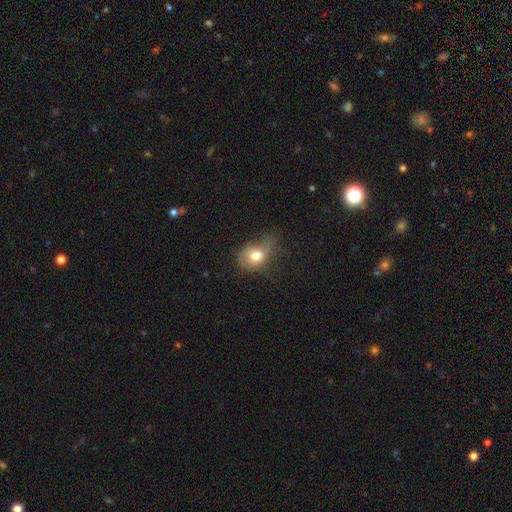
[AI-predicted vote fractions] smooth 72%, featured or disk 18%, star or artifact 10%. Down the decision tree: how rounded — in between (60%); merging — major disturbance (35%).